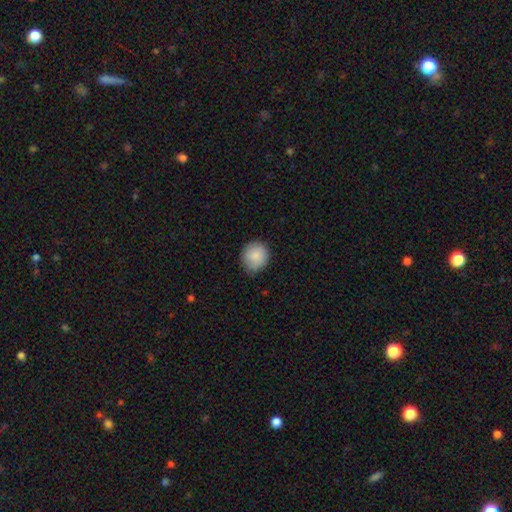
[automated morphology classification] Smooth or featured?
  - smooth: 87% *
  - star or artifact: 7%
  - featured or disk: 5%
How rounded?
  - round: 84% *
  - in between: 15%
  - cigar-shaped: 1%
Merging?
  - none: 83% *
  - minor disturbance: 14%
  - major disturbance: 2%
  - merger: 1%